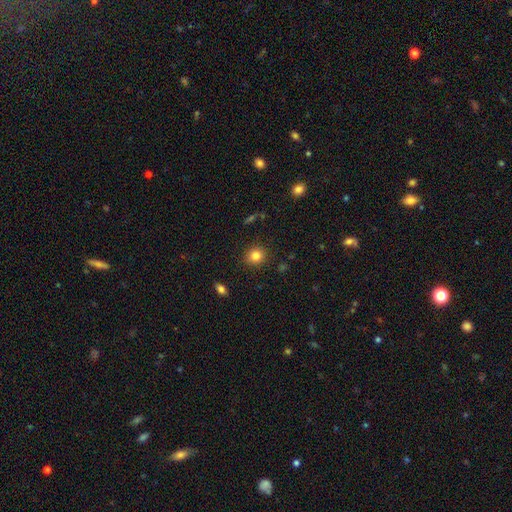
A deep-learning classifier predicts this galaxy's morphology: Smooth or featured: smooth — 83% (star or artifact — 11%)
How rounded: round — 84% (in between — 15%)
Merging: none — 89% (minor disturbance — 7%)